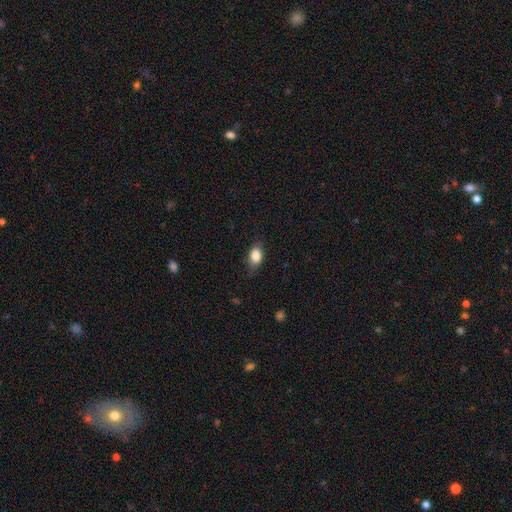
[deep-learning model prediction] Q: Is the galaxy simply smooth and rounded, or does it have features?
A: smooth — 85%.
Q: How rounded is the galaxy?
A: in between — 85%.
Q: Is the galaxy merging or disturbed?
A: none — 77%.